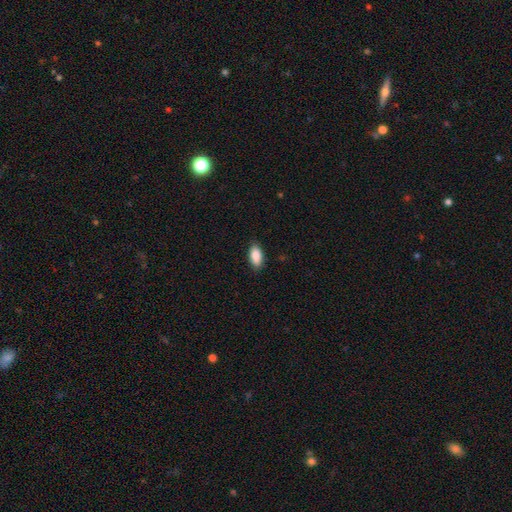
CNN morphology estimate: type=smooth (90%); roundness=in between (91%); merging=none (85%).